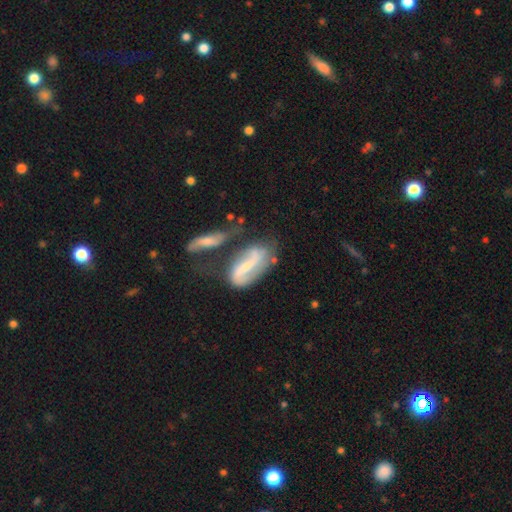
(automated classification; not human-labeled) This appears to be a featured or disk galaxy (69%) with a strong bar (41%), 2 (81%) loose (60%) spiral arms (82%) and a small central bulge (47%). Merging: none (35%).